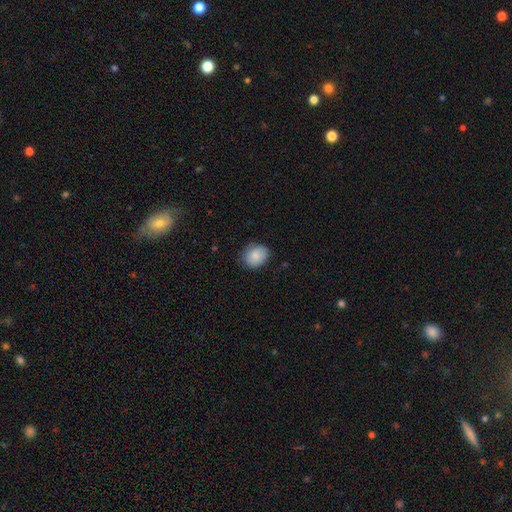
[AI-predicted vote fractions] smooth_or_featured: smooth (p=0.86) [alt: star or artifact p=0.07]
how_rounded: round (p=0.59) [alt: in between p=0.40]
merging: none (p=0.79) [alt: minor disturbance p=0.17]